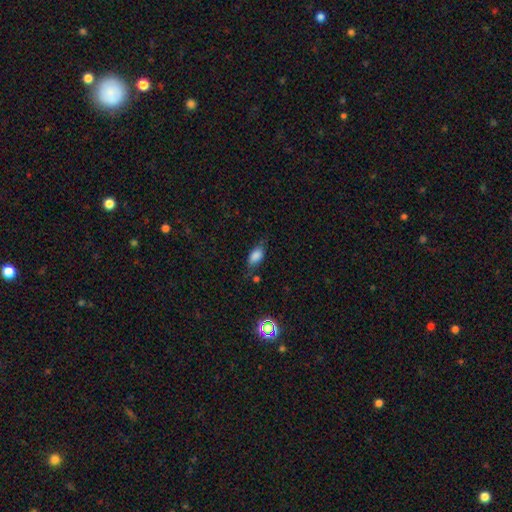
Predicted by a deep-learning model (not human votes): A smooth galaxy with no disk features (80%) that is in between round and cigar-shaped (88%).

Vote fractions:
- Smooth or featured? smooth: 80% / star or artifact: 10% / featured or disk: 10%
- How rounded? in between: 88% / cigar-shaped: 7% / round: 5%
- Merging? none: 62% / minor disturbance: 26% / major disturbance: 9% / merger: 3%